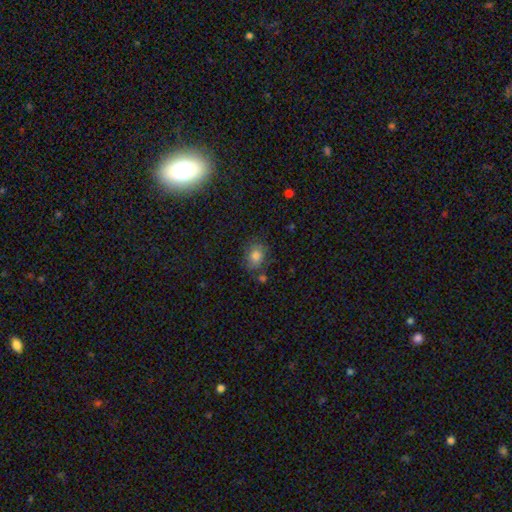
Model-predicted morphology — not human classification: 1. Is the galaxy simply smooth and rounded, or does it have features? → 78% smooth, 12% star or artifact, 10% featured or disk.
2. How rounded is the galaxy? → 53% round, 46% in between, 1% cigar-shaped.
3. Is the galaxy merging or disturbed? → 69% none, 19% minor disturbance, 6% major disturbance, 6% merger.